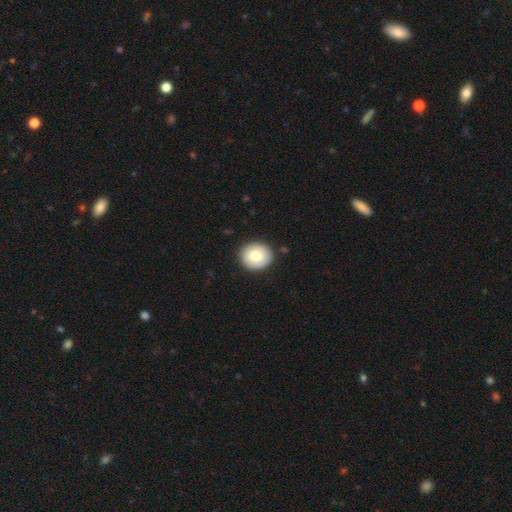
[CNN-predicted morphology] Q: Smooth or featured?
A: smooth (75%); runner-up: featured or disk (18%)
Q: How rounded?
A: round (77%); runner-up: in between (22%)
Q: Merging?
A: none (87%); runner-up: minor disturbance (9%)